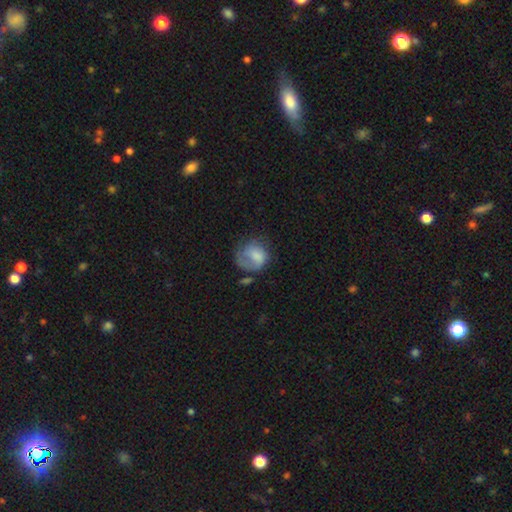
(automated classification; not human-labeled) Morphology: type=smooth (55%); roundness=round (69%); merging=none (39%).